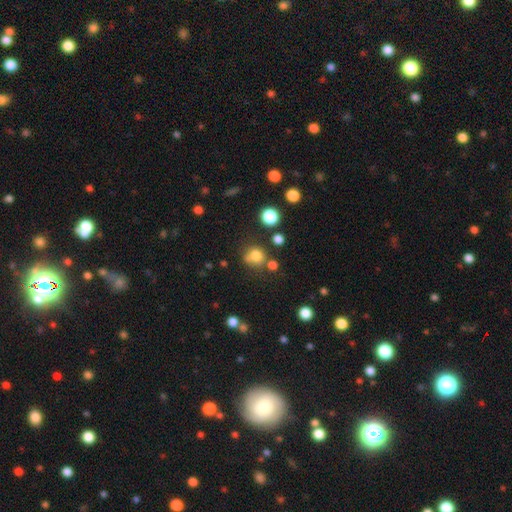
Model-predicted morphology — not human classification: A smooth galaxy with no disk features (77%) that is round (86%). Merging: none (66%).